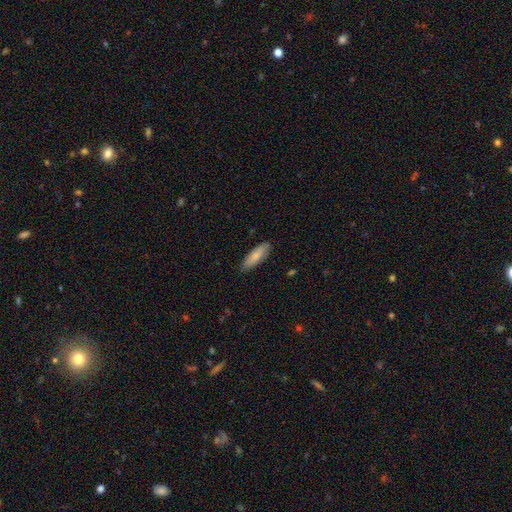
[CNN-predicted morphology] Overall: smooth (82%). How rounded: in between (53%; cigar-shaped 45%). Merging: none (83%).